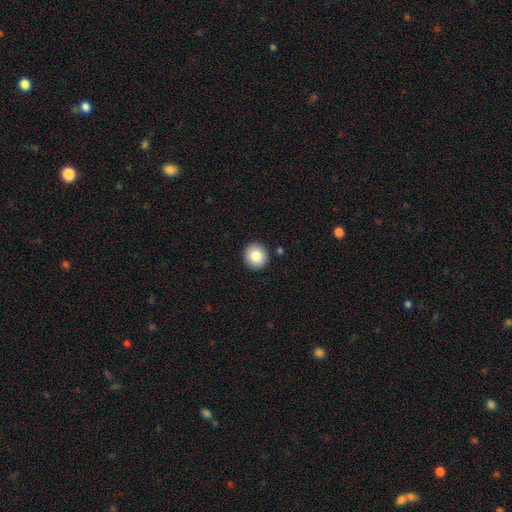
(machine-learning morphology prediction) A smooth galaxy with no disk features (84%) that is round (90%). Merging: none (91%).